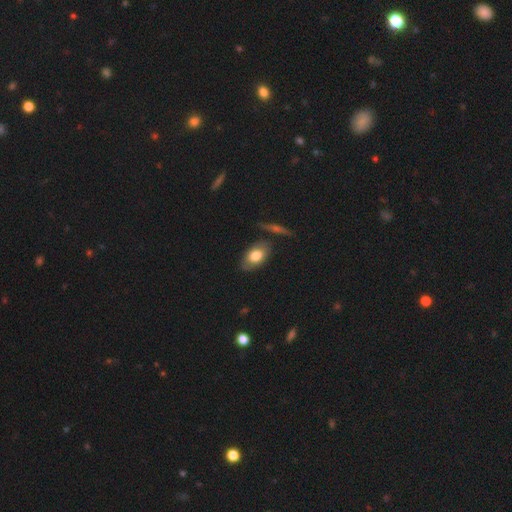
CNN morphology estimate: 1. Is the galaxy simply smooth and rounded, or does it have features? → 74% smooth, 19% featured or disk, 7% star or artifact.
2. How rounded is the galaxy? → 89% in between, 8% round, 2% cigar-shaped.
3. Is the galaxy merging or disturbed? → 75% none, 16% minor disturbance, 5% merger, 4% major disturbance.